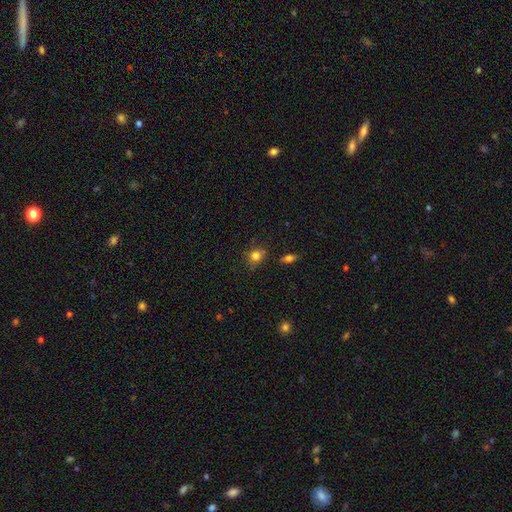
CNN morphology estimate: smooth_or_featured: smooth (p=0.80) [alt: star or artifact p=0.13]
how_rounded: round (p=0.76) [alt: in between p=0.23]
merging: none (p=0.72) [alt: minor disturbance p=0.19]